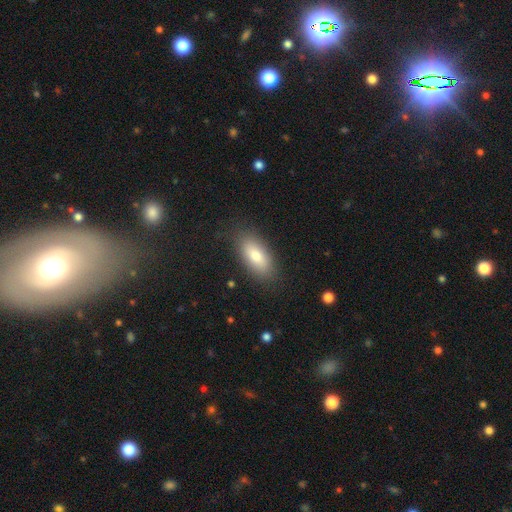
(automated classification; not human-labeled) Morphology: type=smooth (79%); roundness=in between (87%); merging=none (84%).